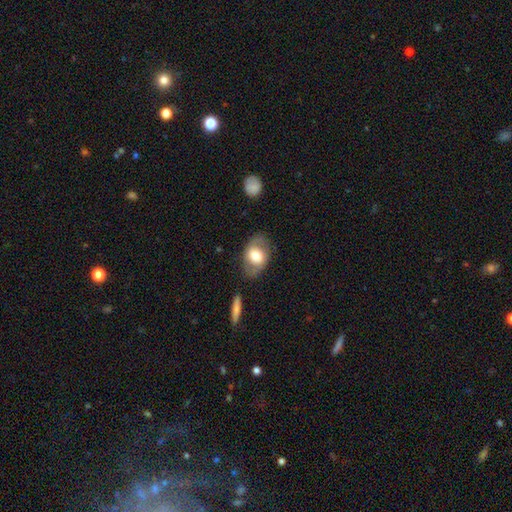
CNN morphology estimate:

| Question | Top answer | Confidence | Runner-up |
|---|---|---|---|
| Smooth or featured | smooth | 59% | featured or disk (34%) |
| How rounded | in between | 79% | round (20%) |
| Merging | none | 75% | minor disturbance (16%) |